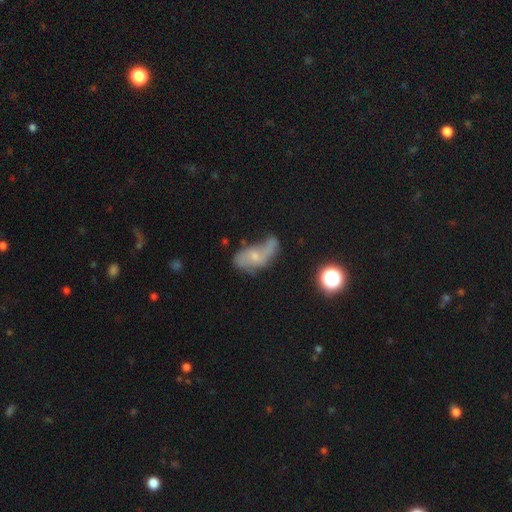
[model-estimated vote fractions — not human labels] This is possibly a featured or disk galaxy (52%). It is clearly not viewed edge-on (93%). Merging: marginally major disturbance (31%).